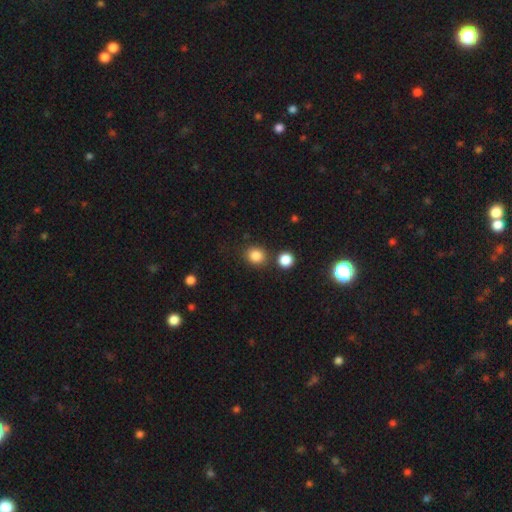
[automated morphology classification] smooth-or-featured: smooth: 84% | star or artifact: 11% | featured or disk: 5%
  how-rounded: round: 78% | in between: 21% | cigar-shaped: 1%
  merging: none: 79% | minor disturbance: 9% | merger: 9% | major disturbance: 3%